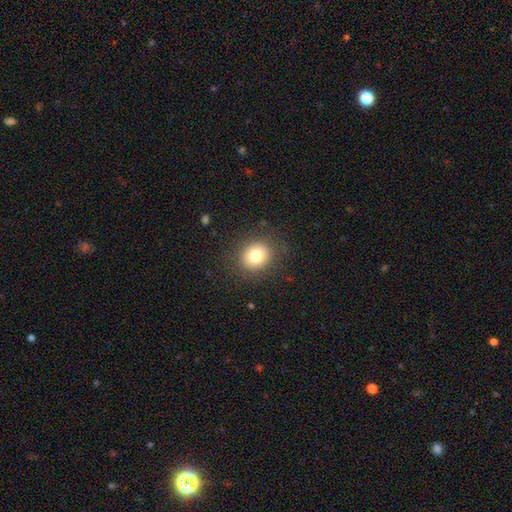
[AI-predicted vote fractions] Morphology: type=smooth (78%); roundness=round (78%); merging=none (87%).